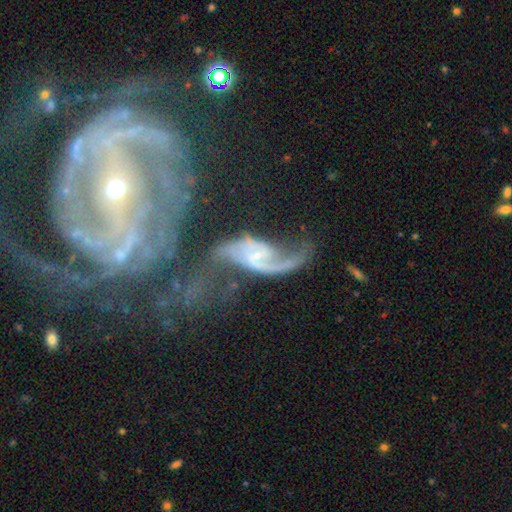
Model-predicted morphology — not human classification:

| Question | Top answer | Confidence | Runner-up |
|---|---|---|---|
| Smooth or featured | featured or disk | 86% | smooth (7%) |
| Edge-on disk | no | 96% | yes (4%) |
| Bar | weak | 41% | no (40%) |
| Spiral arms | yes | 94% | no (6%) |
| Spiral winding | loose | 72% | medium (21%) |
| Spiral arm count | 2 | 86% | 1 (7%) |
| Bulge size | small | 60% | moderate (19%) |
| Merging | none | 30% | major disturbance (28%) |